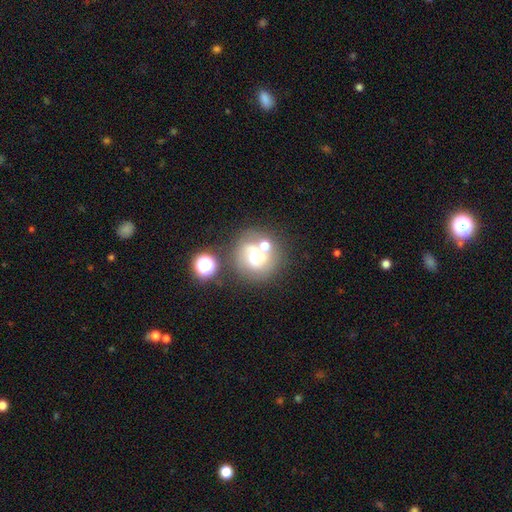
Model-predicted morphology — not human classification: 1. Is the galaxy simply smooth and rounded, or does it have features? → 46% featured or disk, 39% smooth, 15% star or artifact.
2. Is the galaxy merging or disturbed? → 48% none, 25% merger, 15% minor disturbance, 12% major disturbance.